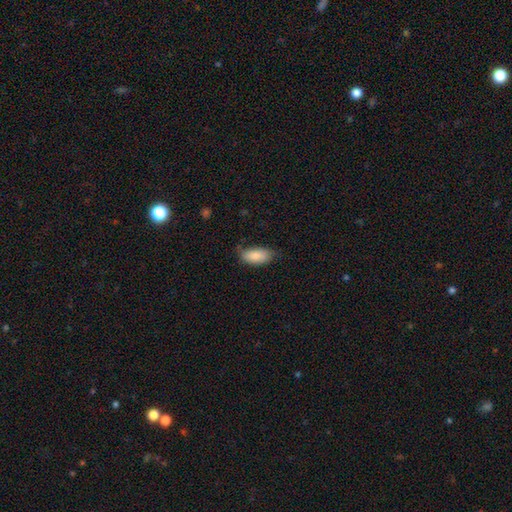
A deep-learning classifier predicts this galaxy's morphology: smooth 85%, featured or disk 9%, star or artifact 6%. Down the decision tree: how rounded — in between (92%); merging — none (60%).